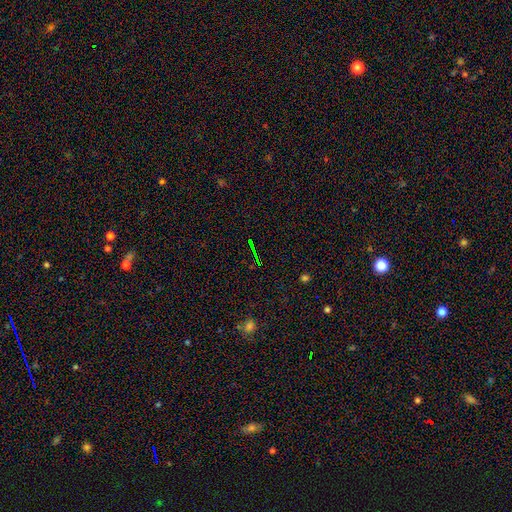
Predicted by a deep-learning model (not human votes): A star or artifact, not a galaxy (73%).